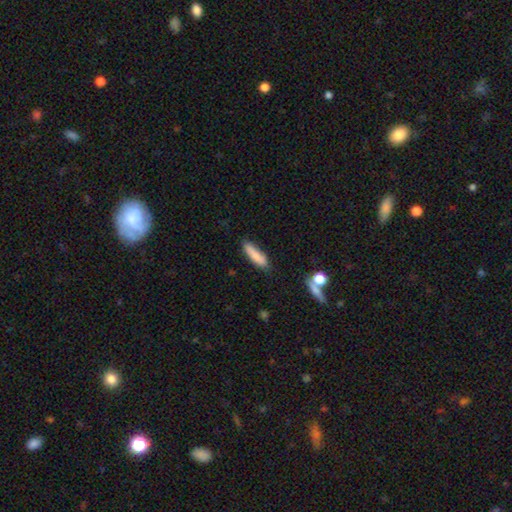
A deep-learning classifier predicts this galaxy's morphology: smooth-or-featured: smooth: 83% | featured or disk: 11% | star or artifact: 7%
  how-rounded: cigar-shaped: 68% | in between: 30% | round: 2%
  merging: none: 75% | minor disturbance: 18% | major disturbance: 4% | merger: 3%